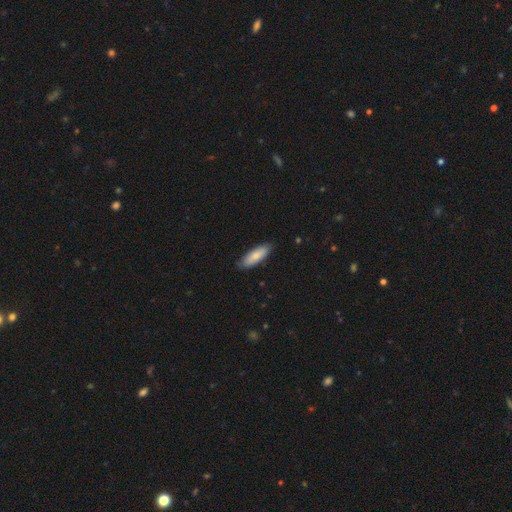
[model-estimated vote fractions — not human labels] Smooth or featured? smooth (83%)
How rounded? in between (60%)
Merging? none (84%)